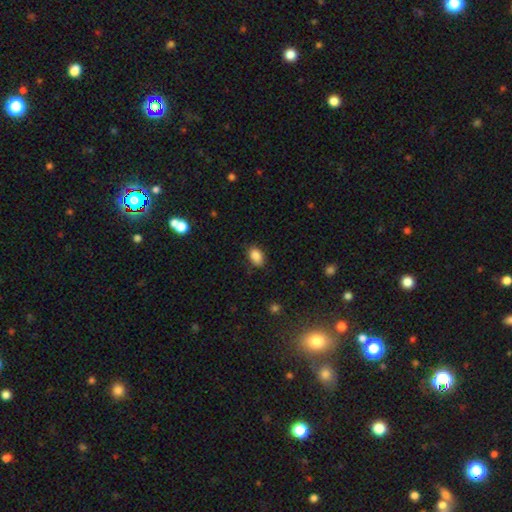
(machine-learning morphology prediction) Smooth or featured? smooth (87%)
How rounded? in between (84%)
Merging? none (84%)